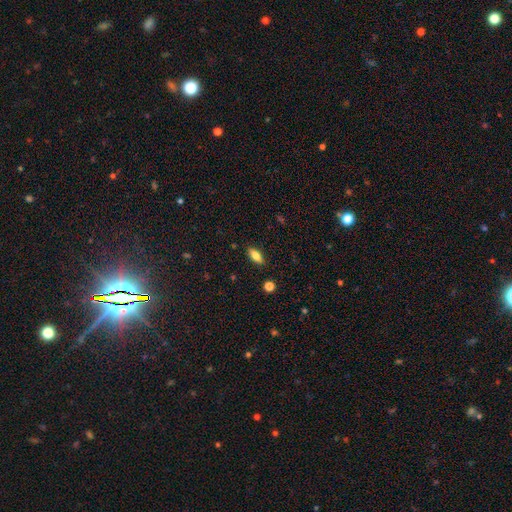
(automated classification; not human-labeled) smooth 75%, featured or disk 17%, star or artifact 8%. Down the decision tree: how rounded — in between (80%); merging — none (87%).